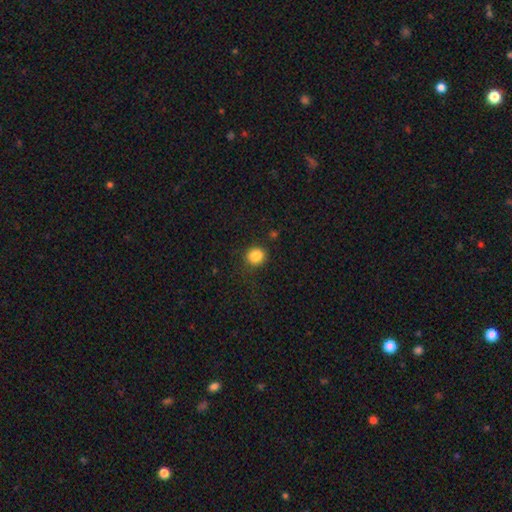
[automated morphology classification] smooth 86%, star or artifact 10%, featured or disk 3%. Down the decision tree: how rounded — round (82%); merging — none (83%).